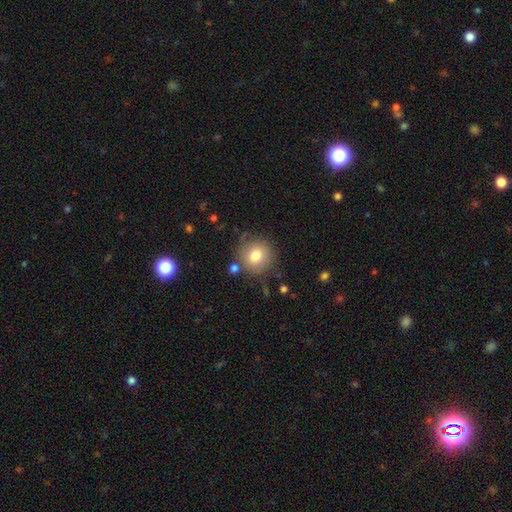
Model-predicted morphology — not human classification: This appears to be a smooth galaxy with no disk features (78%) that is round (90%). Merging: none (79%).